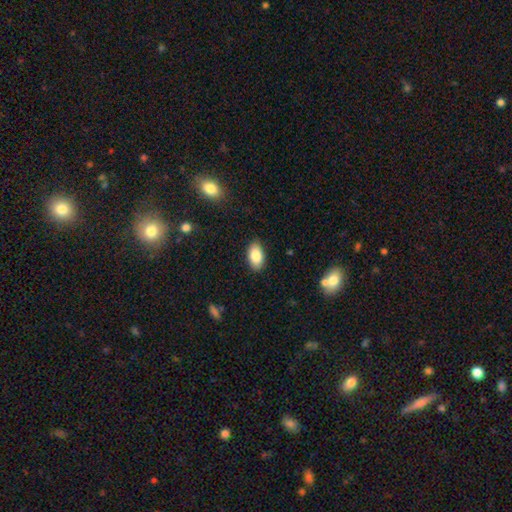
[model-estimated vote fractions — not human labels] A smooth galaxy with no disk features (86%) that is in between round and cigar-shaped (94%).

Vote fractions:
- Smooth or featured? smooth: 86% / star or artifact: 7% / featured or disk: 7%
- How rounded? in between: 94% / round: 4% / cigar-shaped: 3%
- Merging? none: 87% / minor disturbance: 10% / major disturbance: 2% / merger: 1%